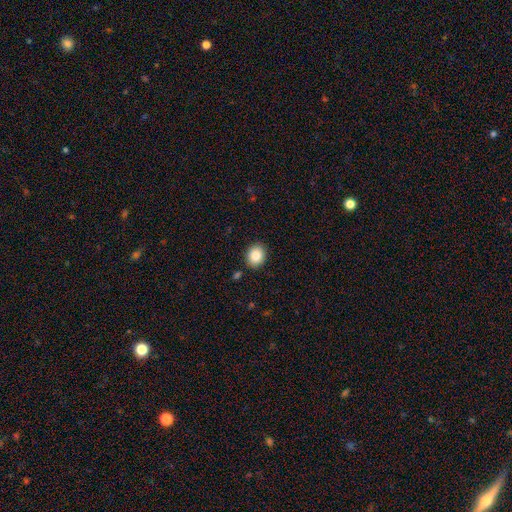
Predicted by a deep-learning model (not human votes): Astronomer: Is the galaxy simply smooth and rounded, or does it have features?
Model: smooth — 85%.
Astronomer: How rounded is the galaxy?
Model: round — 62% (runner-up: in between, 37%).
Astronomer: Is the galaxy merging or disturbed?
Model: none — 88%.